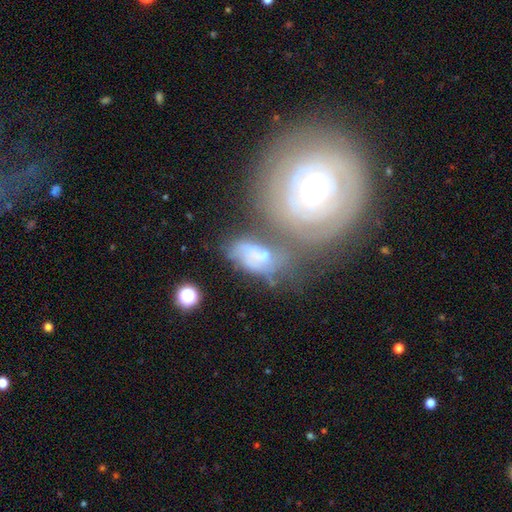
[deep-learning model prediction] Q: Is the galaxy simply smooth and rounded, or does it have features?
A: featured or disk — 57%.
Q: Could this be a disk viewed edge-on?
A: no — 94%.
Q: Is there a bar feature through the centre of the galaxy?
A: no — 67%.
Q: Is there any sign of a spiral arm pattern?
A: yes — 66%.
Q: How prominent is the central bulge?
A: moderate — 36%.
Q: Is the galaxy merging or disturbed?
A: merger — 44%.